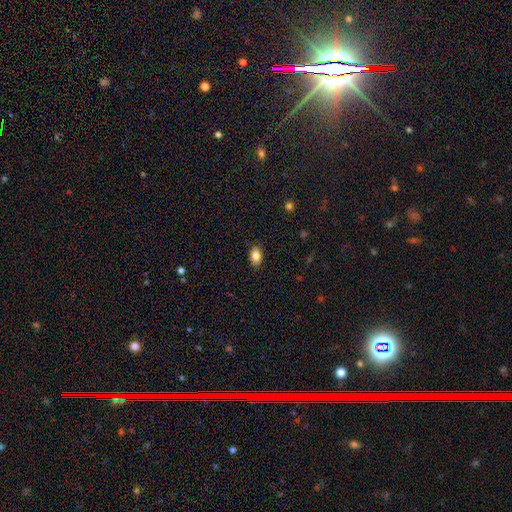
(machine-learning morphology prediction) A smooth galaxy with no disk features (84%) that is in between round and cigar-shaped (89%).

Vote fractions:
- Smooth or featured? smooth: 84% / star or artifact: 8% / featured or disk: 8%
- How rounded? in between: 89% / round: 9% / cigar-shaped: 3%
- Merging? none: 87% / minor disturbance: 10% / major disturbance: 2% / merger: 1%